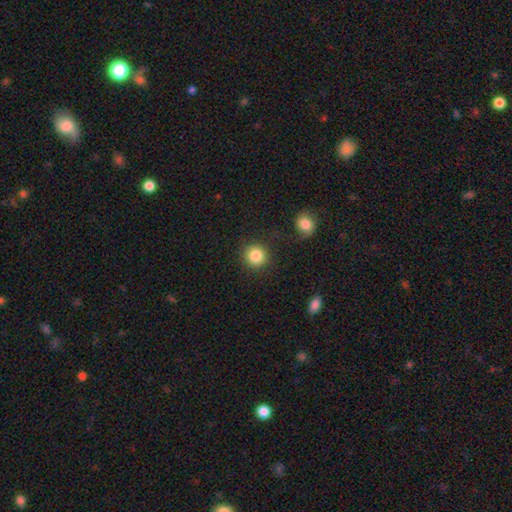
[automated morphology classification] This is clearly a smooth galaxy (86%). How rounded: clearly round (92%). Merging: clearly none (86%).